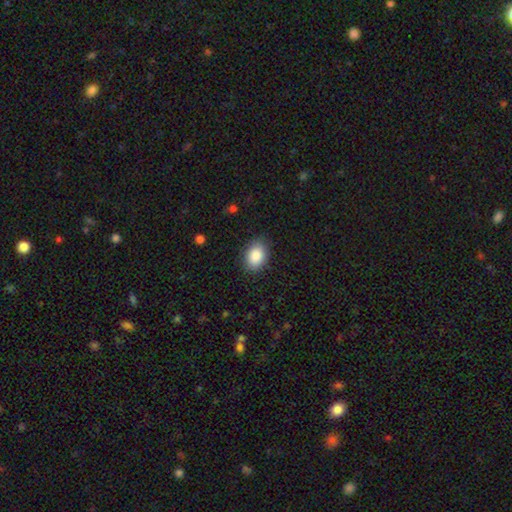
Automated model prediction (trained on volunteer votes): A smooth galaxy with no disk features (88%) that is in between round and cigar-shaped (80%). Merging: none (86%).